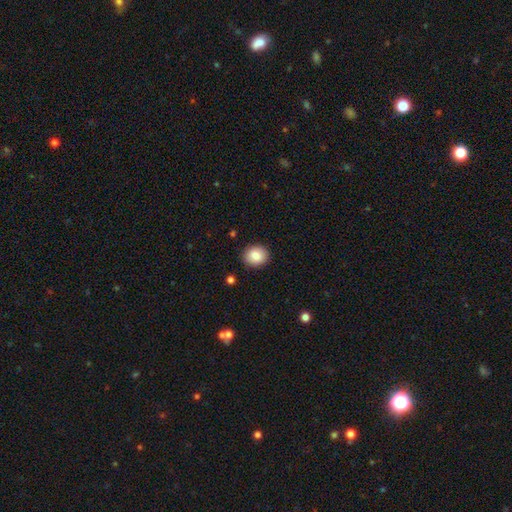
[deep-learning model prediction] Q: Smooth or featured?
A: smooth (84%); runner-up: star or artifact (8%)
Q: How rounded?
A: round (68%); runner-up: in between (31%)
Q: Merging?
A: none (89%); runner-up: minor disturbance (8%)